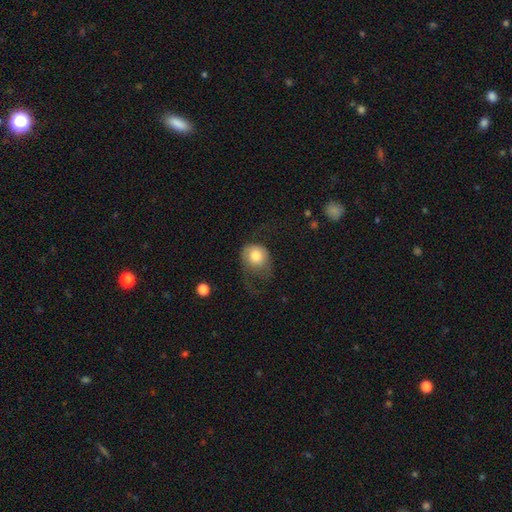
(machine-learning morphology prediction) Smooth or featured: smooth — 73% (featured or disk — 20%)
How rounded: round — 64% (in between — 35%)
Merging: major disturbance — 47% (minor disturbance — 25%)